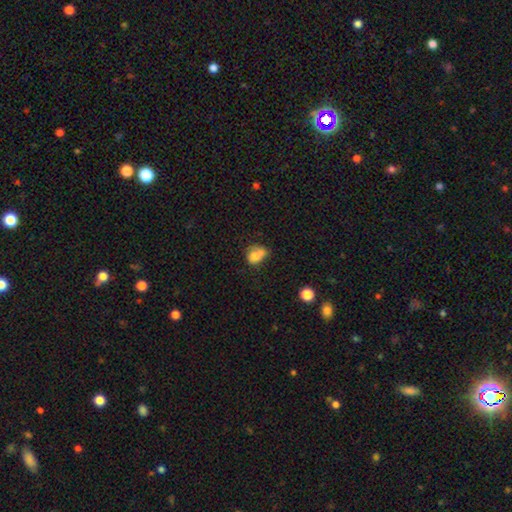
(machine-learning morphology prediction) A smooth galaxy with no disk features (71%) that is in between round and cigar-shaped (50%). Merging: merger (44%).